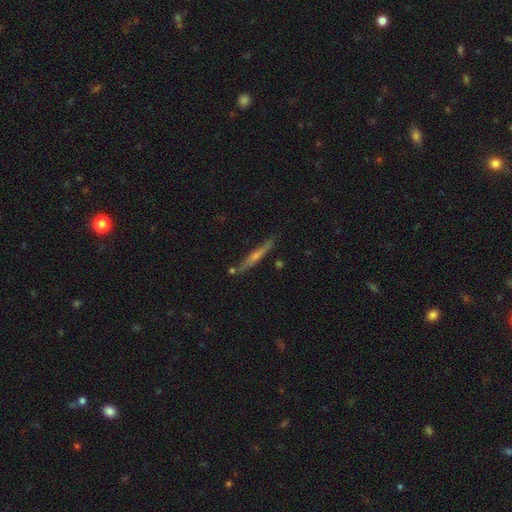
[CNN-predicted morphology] The model was most divided on "smooth or featured": featured or disk: 60%, smooth: 32%, star or artifact: 7%. More confident: edge-on disk — yes (95%); merging — none (81%); edge-on bulge — rounded (61%).